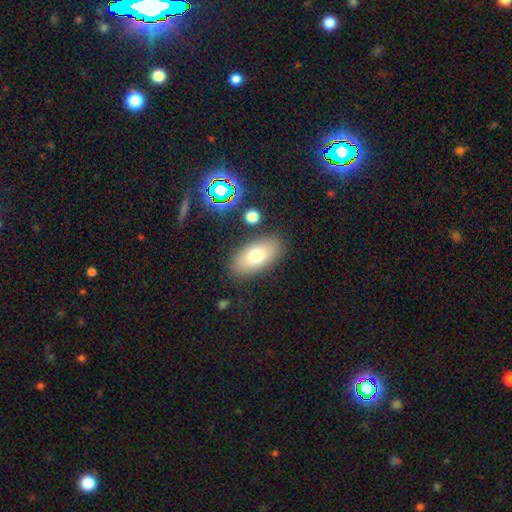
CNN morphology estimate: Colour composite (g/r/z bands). It shows a smooth galaxy with no disk features (72%) that is in between round and cigar-shaped (92%). Merging: none (84%).